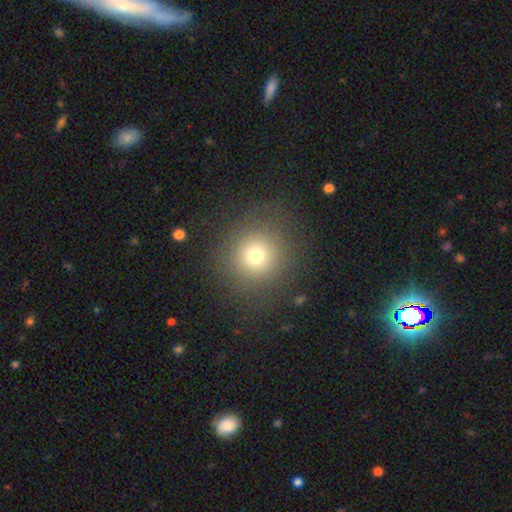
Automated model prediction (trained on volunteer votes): smooth_or_featured: smooth (p=0.72) [alt: star or artifact p=0.17]
how_rounded: round (p=0.92) [alt: in between p=0.07]
merging: none (p=0.86) [alt: minor disturbance p=0.08]